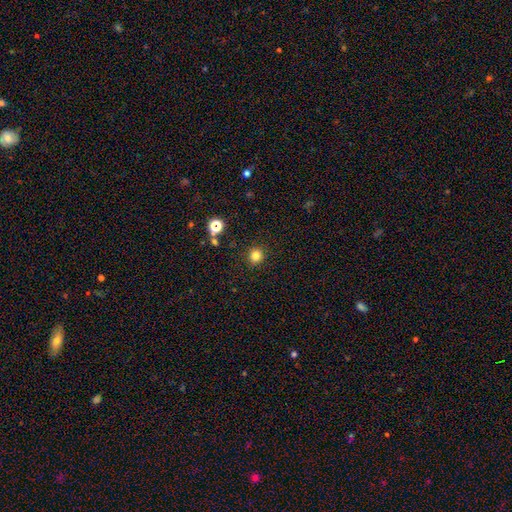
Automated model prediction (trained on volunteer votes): Q: Smooth or featured?
A: smooth (80%); runner-up: star or artifact (14%)
Q: How rounded?
A: round (90%); runner-up: in between (9%)
Q: Merging?
A: none (91%); runner-up: minor disturbance (6%)